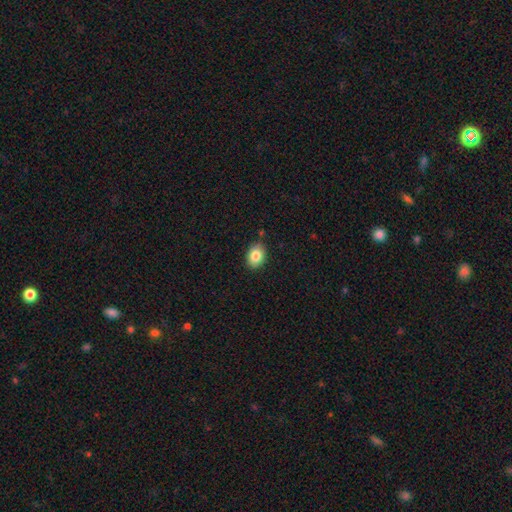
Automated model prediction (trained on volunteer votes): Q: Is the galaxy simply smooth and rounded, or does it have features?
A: smooth — 84%.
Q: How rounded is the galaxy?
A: in between — 74%.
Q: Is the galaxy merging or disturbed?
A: none — 86%.